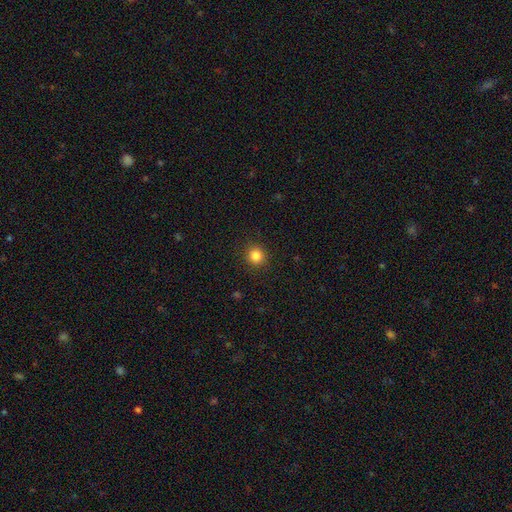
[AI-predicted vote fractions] Smooth or featured: smooth — 84% (star or artifact — 11%)
How rounded: round — 91% (in between — 8%)
Merging: none — 92% (minor disturbance — 6%)